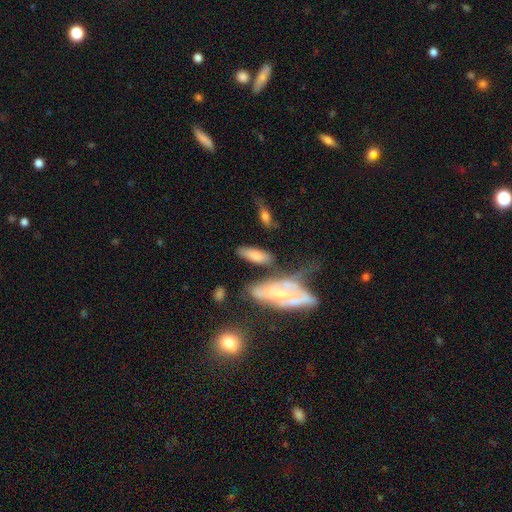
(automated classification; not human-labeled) smooth-or-featured: smooth: 67% | featured or disk: 25% | star or artifact: 7%
  how-rounded: in between: 64% | cigar-shaped: 33% | round: 3%
  merging: none: 55% | minor disturbance: 19% | merger: 15% | major disturbance: 10%